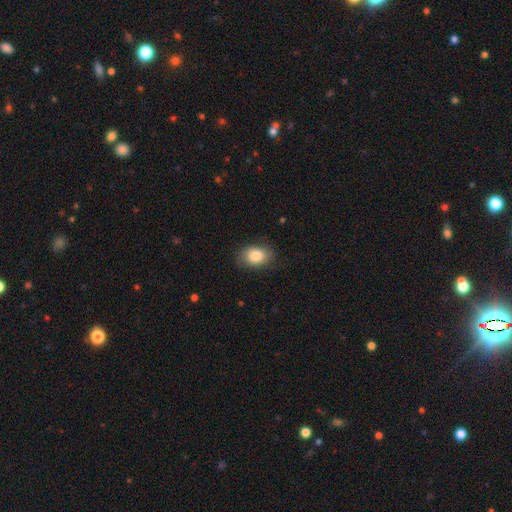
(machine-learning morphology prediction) Smooth or featured? Predicted: smooth (p=0.84). How rounded? Predicted: in between (p=0.79). Merging? Predicted: none (p=0.82).